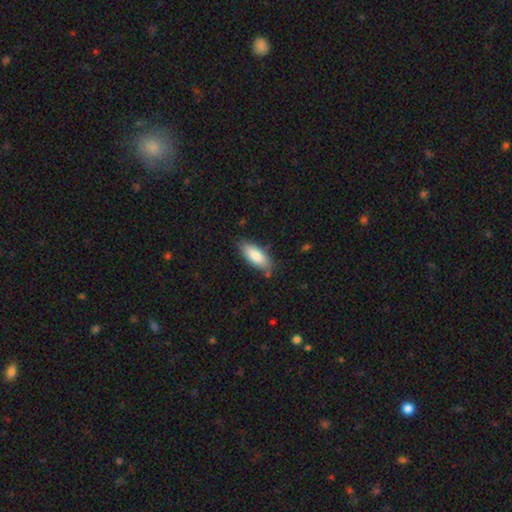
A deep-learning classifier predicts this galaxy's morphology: Smooth or featured: smooth — 83% (featured or disk — 12%)
How rounded: in between — 76% (cigar-shaped — 23%)
Merging: none — 77% (minor disturbance — 18%)